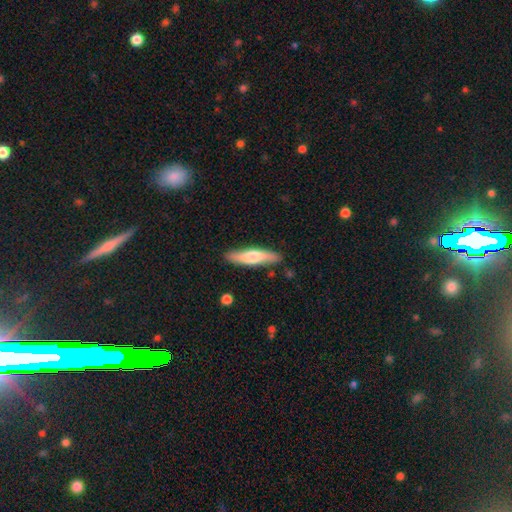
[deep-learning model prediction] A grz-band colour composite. It shows a smooth galaxy with no disk features (60%) that is cigar-shaped (78%). Merging: none (86%).